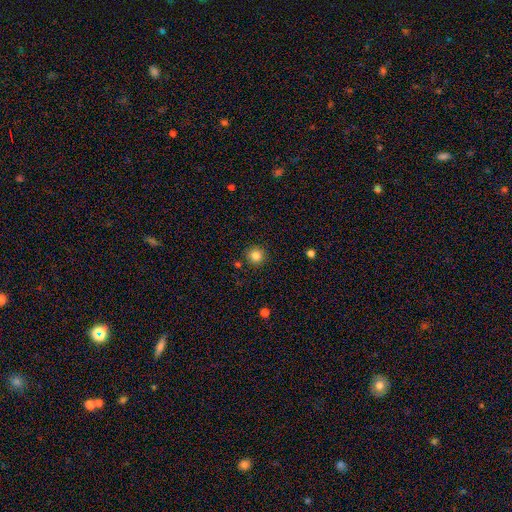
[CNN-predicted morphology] This appears to be a smooth galaxy with no disk features (84%) that is round (94%). Merging: none (90%).